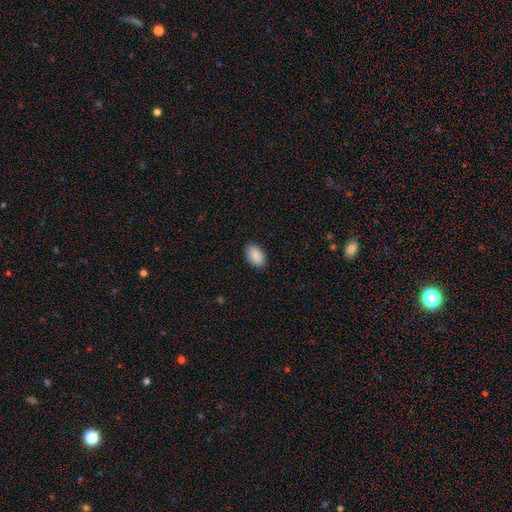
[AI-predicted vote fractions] Smooth or featured?
  - smooth: 90% *
  - star or artifact: 6%
  - featured or disk: 4%
How rounded?
  - in between: 91% *
  - round: 7%
  - cigar-shaped: 1%
Merging?
  - none: 87% *
  - minor disturbance: 10%
  - major disturbance: 2%
  - merger: 1%